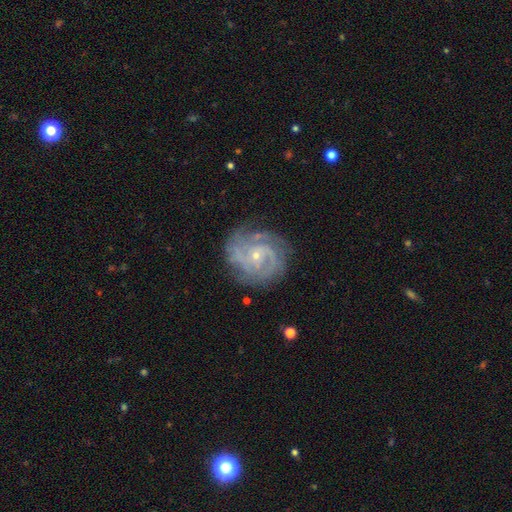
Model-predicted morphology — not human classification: Smooth or featured? featured or disk (87%)
Edge-on disk? no (98%)
Bar? no (65%)
Spiral arms? yes (97%)
Spiral winding? tight (60%)
Spiral arm count? 2 (29%)
Bulge size? small (80%)
Merging? none (78%)